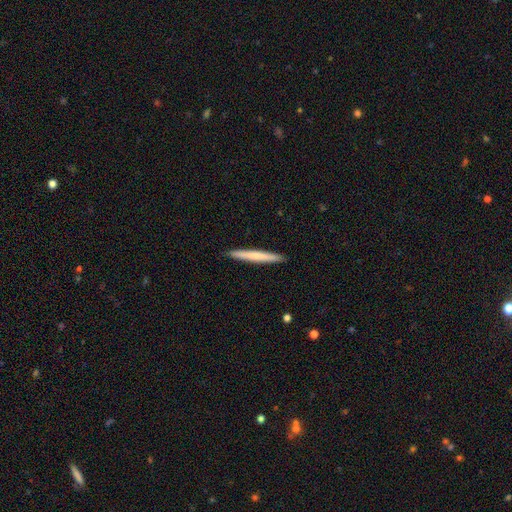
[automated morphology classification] A smooth galaxy with no disk features (64%) that is cigar-shaped (97%). Merging: none (93%).